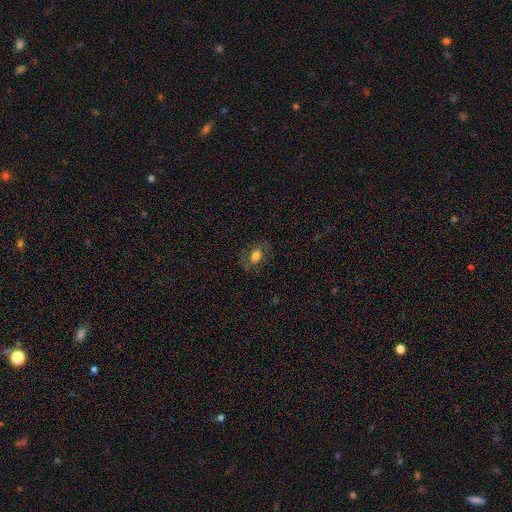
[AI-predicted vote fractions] The model was most divided on "smooth or featured": smooth: 63%, featured or disk: 24%, star or artifact: 12%. More confident: how rounded — in between (79%); merging — none (74%).